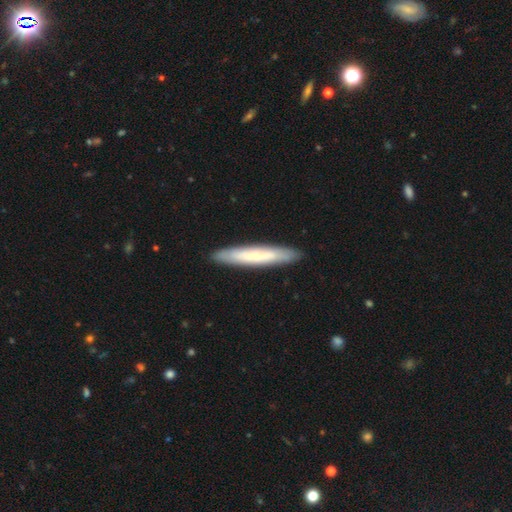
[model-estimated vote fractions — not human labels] Q: Smooth or featured?
A: smooth (53%); runner-up: featured or disk (41%)
Q: How rounded?
A: cigar-shaped (93%); runner-up: in between (6%)
Q: Merging?
A: none (90%); runner-up: minor disturbance (7%)